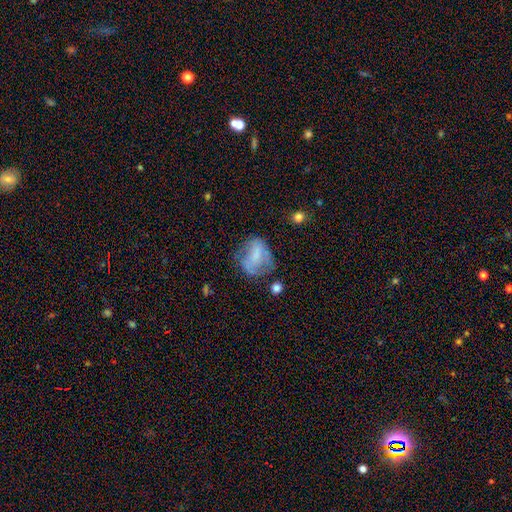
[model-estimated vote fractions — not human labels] This is possibly a smooth galaxy (47%). Merging: marginally none (45%).